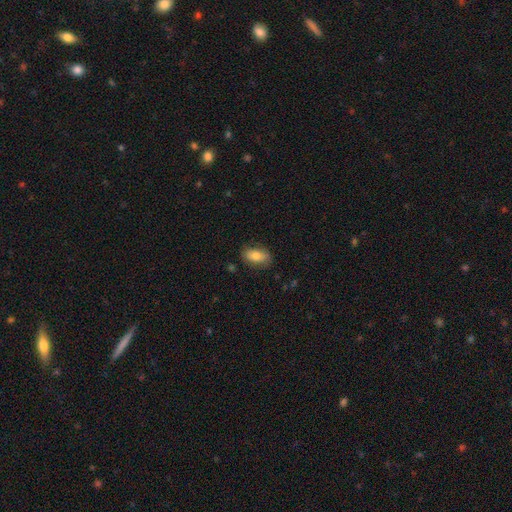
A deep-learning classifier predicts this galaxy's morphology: Smooth or featured: smooth — 77% (featured or disk — 16%)
How rounded: in between — 90% (round — 6%)
Merging: none — 78% (minor disturbance — 17%)